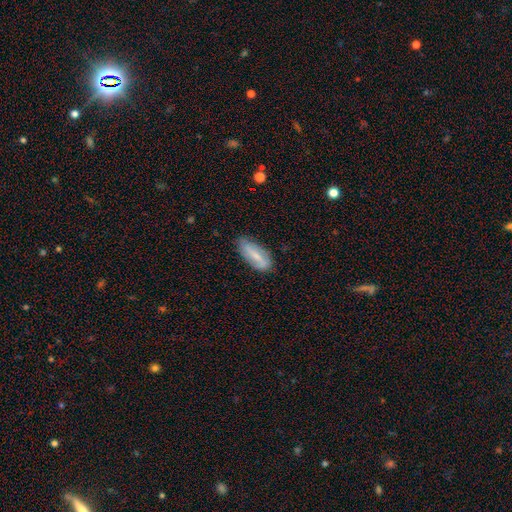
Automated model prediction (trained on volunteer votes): featured or disk 47%, smooth 46%, star or artifact 7%. Down the decision tree: merging — none (75%).